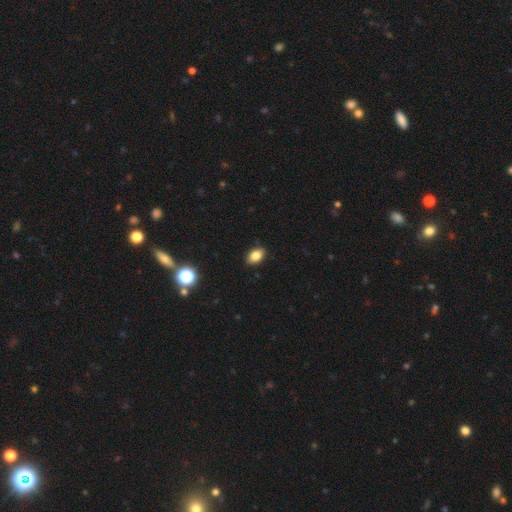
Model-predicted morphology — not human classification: smooth_or_featured: smooth (p=0.83) [alt: star or artifact p=0.10]
how_rounded: in between (p=0.85) [alt: round p=0.14]
merging: none (p=0.87) [alt: minor disturbance p=0.10]